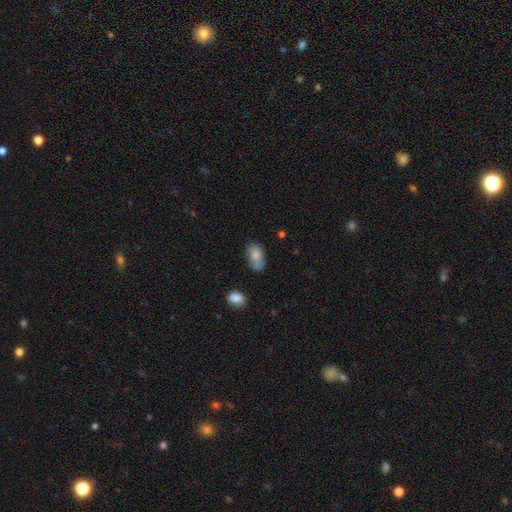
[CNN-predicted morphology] A smooth galaxy with no disk features (78%) that is in between round and cigar-shaped (91%). Merging: none (56%).